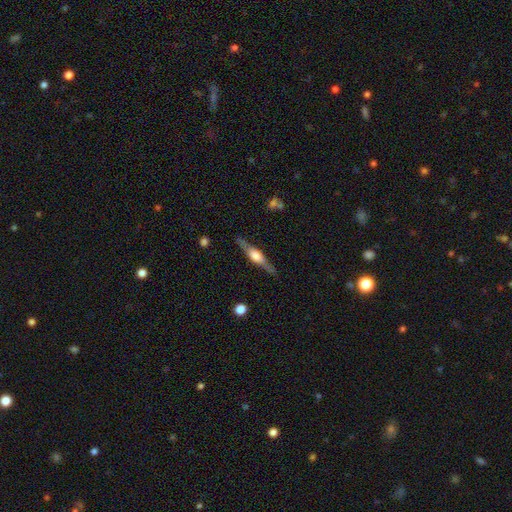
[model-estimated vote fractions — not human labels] Smooth or featured? Predicted: featured or disk (p=0.74). Edge-on disk? Predicted: yes (p=0.97). Edge-on bulge? Predicted: rounded (p=0.81). Merging? Predicted: none (p=0.86).